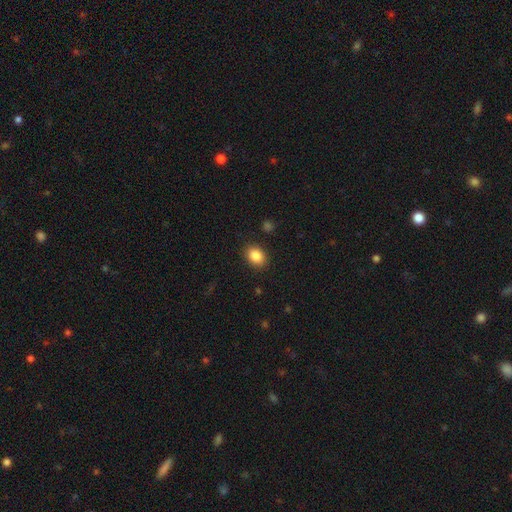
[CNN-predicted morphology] A smooth galaxy with no disk features (87%) that is in between round and cigar-shaped (66%). Merging: none (87%).